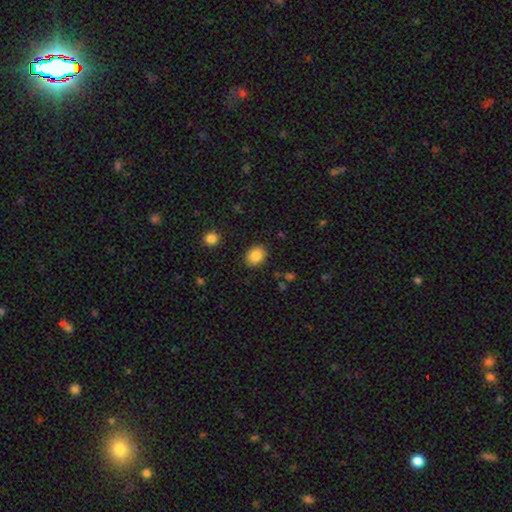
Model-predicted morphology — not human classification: Q: Smooth or featured?
A: smooth (87%); runner-up: star or artifact (9%)
Q: How rounded?
A: in between (57%); runner-up: round (42%)
Q: Merging?
A: none (87%); runner-up: minor disturbance (9%)